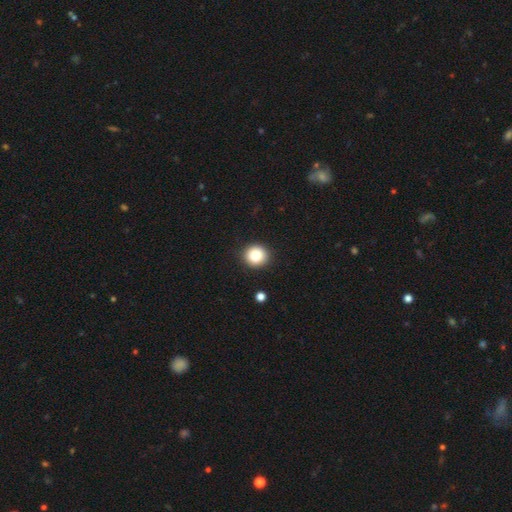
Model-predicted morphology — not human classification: Smooth or featured: smooth — 82% (star or artifact — 10%)
How rounded: round — 92% (in between — 7%)
Merging: none — 92% (minor disturbance — 6%)